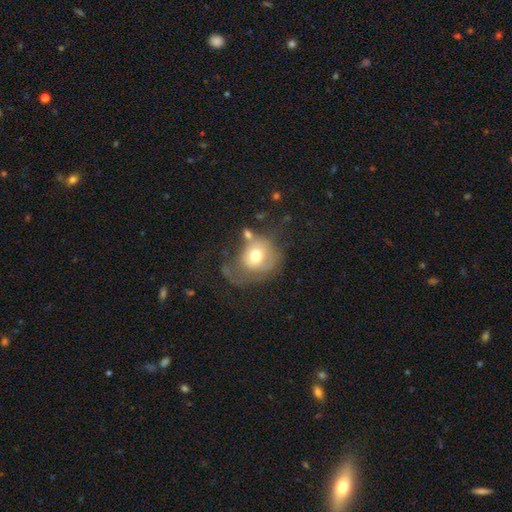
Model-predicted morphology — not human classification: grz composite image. It shows a smooth galaxy with no disk features (61%) that is round (71%). Merging: major disturbance (36%).